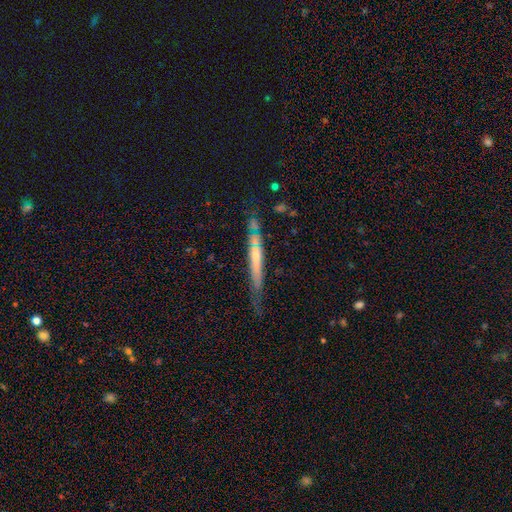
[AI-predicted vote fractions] Morphology: type=featured or disk (55%); edge-on=yes (85%); merging=none (57%).